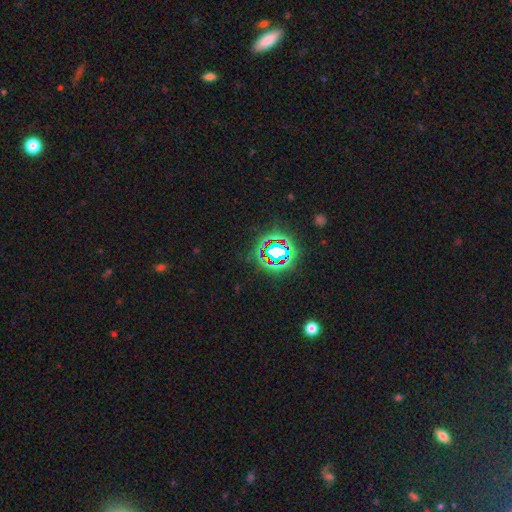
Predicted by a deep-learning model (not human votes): This is likely a star or artifact rather than a galaxy (79%).